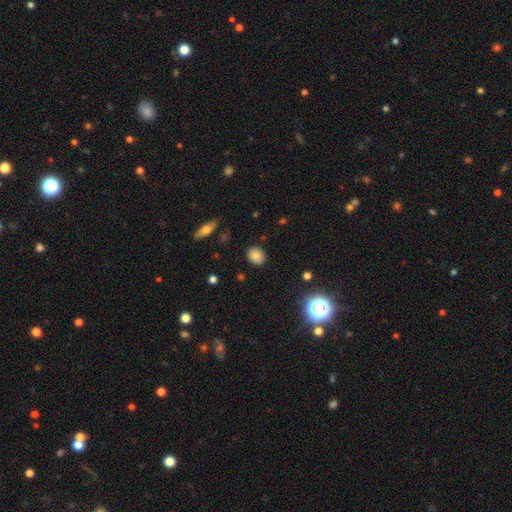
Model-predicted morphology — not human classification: type=smooth (81%); roundness=round (53%); merging=none (88%).